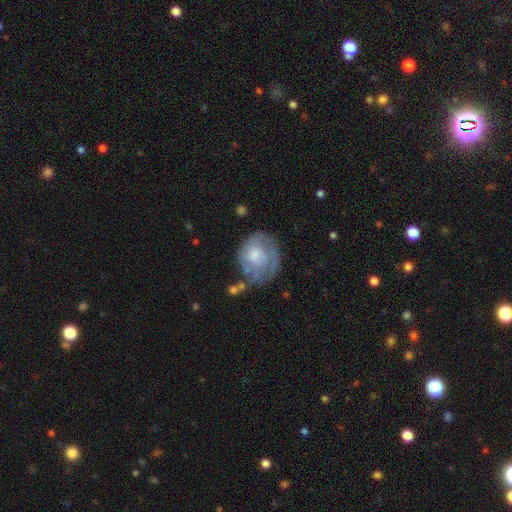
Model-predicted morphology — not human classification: This appears to be a featured or disk galaxy (49%). Merging: none (46%).